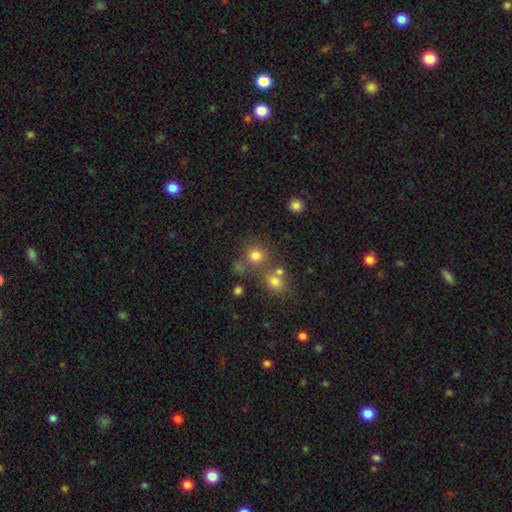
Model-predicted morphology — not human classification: Smooth or featured? Predicted: smooth (p=0.76). How rounded? Predicted: round (p=0.84). Merging? Predicted: none (p=0.62).